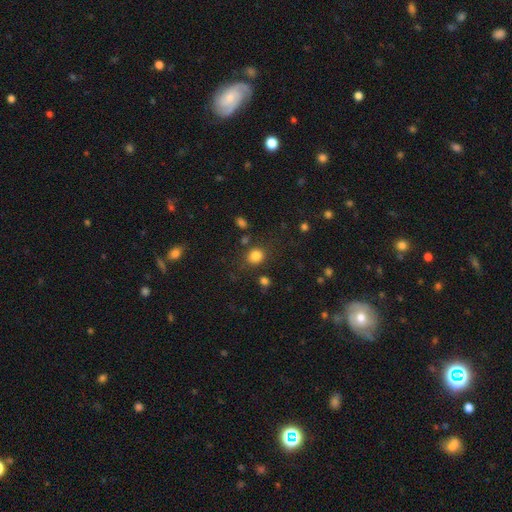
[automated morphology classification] Overall: smooth (82%). How rounded: round (73%). Merging: none (79%).